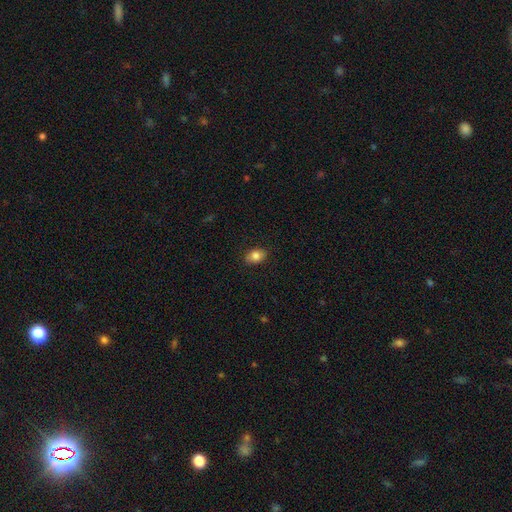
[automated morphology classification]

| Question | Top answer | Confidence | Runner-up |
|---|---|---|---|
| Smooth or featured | smooth | 83% | star or artifact (9%) |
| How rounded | in between | 76% | round (22%) |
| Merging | none | 85% | minor disturbance (11%) |